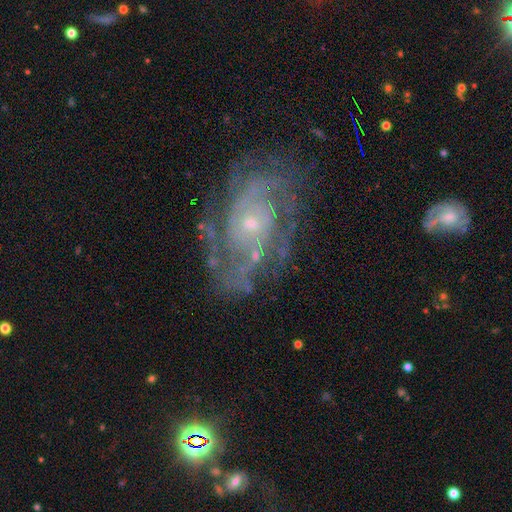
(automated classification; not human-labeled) Overall: featured or disk (87%). Edge-on disk: no (97%). Bar: no (74%). Spiral arms: yes (94%). Spiral arm count: 2 (32%; can't tell 30%). Spiral winding: tight (57%; medium 35%). Bulge size: small (67%; moderate 29%). Merging: none (70%).